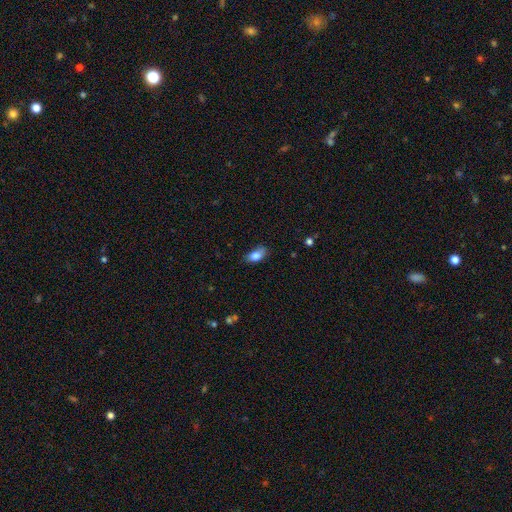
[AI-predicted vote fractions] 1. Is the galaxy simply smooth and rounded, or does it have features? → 83% smooth, 9% featured or disk, 8% star or artifact.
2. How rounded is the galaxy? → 90% in between, 5% round, 5% cigar-shaped.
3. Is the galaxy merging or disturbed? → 66% none, 27% minor disturbance, 5% major disturbance, 2% merger.